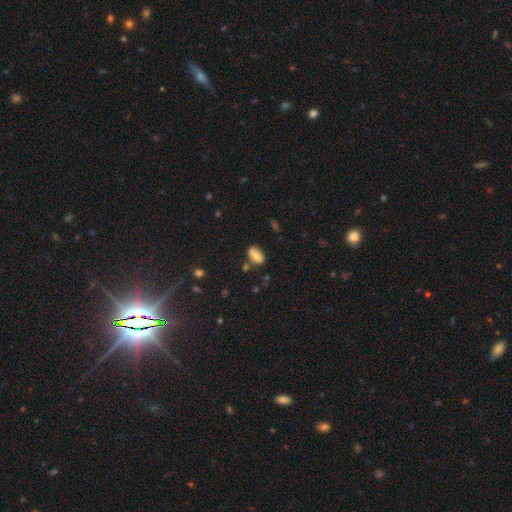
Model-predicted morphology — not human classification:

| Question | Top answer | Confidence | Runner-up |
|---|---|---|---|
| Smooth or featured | smooth | 80% | featured or disk (10%) |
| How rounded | in between | 89% | round (7%) |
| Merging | none | 67% | minor disturbance (18%) |